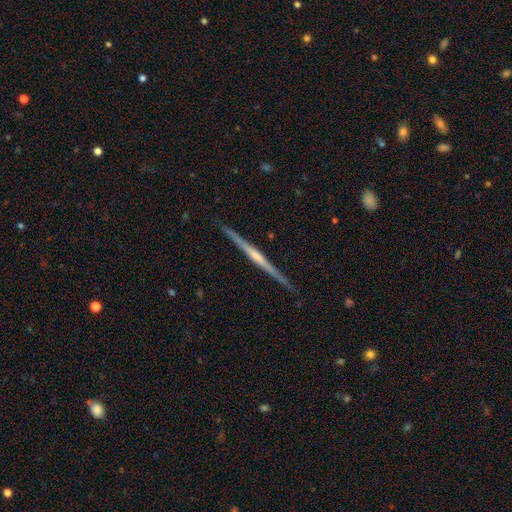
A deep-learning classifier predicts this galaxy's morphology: Smooth or featured: featured or disk — 75% (smooth — 20%)
Edge-on disk: yes — 98% (no — 2%)
Edge-on bulge: none — 50% (rounded — 37%)
Merging: none — 90% (minor disturbance — 7%)